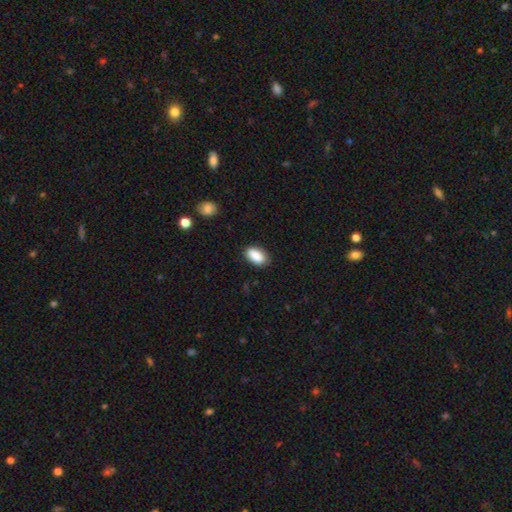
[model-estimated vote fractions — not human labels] Smooth or featured? Predicted: smooth (p=0.89). How rounded? Predicted: in between (p=0.93). Merging? Predicted: none (p=0.83).